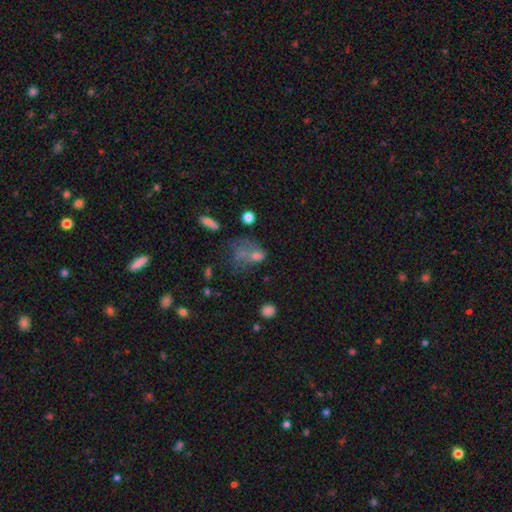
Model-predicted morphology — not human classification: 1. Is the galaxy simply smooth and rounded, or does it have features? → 55% smooth, 27% featured or disk, 17% star or artifact.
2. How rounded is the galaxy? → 67% in between, 31% round, 3% cigar-shaped.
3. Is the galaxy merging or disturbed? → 30% major disturbance, 27% merger, 25% none, 18% minor disturbance.